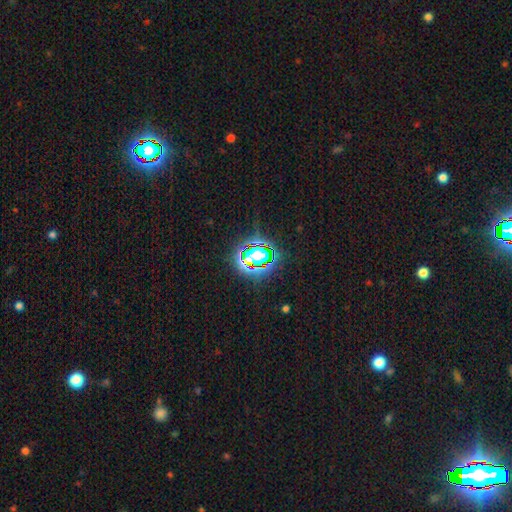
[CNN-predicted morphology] Smooth or featured: star or artifact — 65% (smooth — 22%)